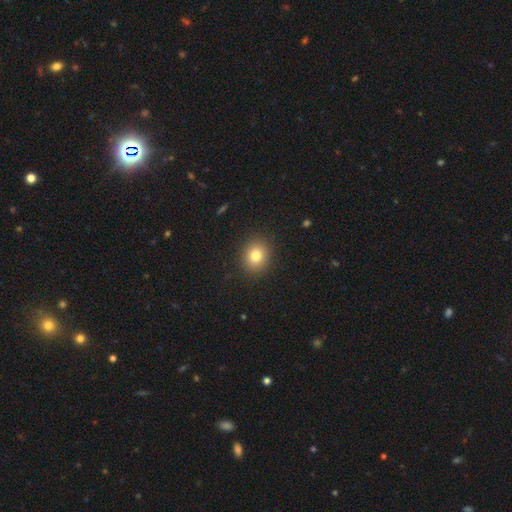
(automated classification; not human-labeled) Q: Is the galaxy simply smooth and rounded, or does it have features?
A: smooth — 80%.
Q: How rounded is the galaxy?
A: round — 75%.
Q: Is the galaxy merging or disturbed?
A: none — 90%.